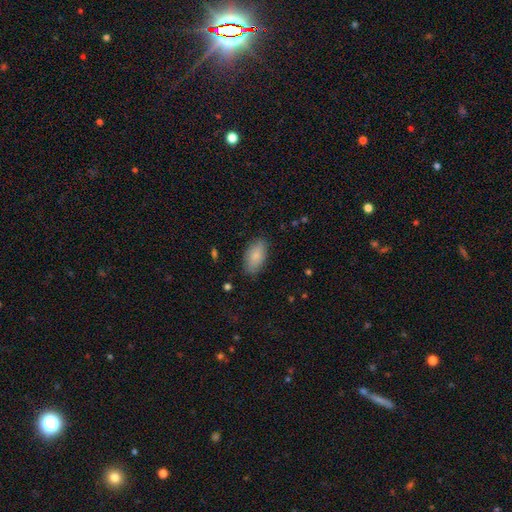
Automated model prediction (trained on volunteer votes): A smooth galaxy with no disk features (85%) that is in between round and cigar-shaped (94%). Merging: none (83%).